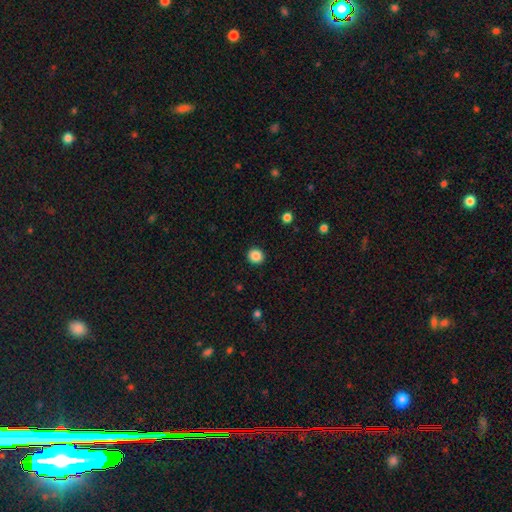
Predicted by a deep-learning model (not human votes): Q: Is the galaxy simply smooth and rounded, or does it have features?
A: smooth — 87%.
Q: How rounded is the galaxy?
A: round — 87%.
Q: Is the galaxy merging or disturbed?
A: none — 92%.